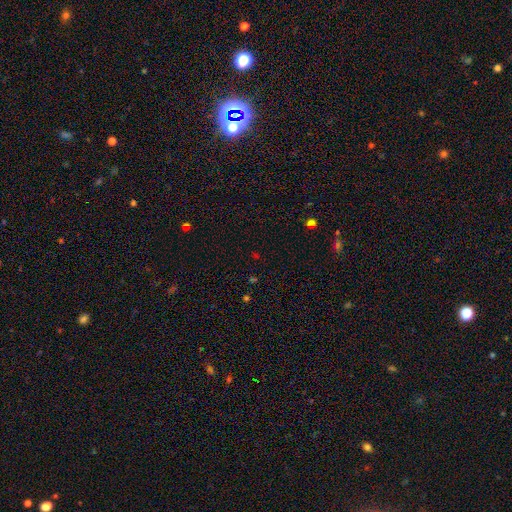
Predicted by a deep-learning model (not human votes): smooth-or-featured: star or artifact: 58% | smooth: 34% | featured or disk: 8%